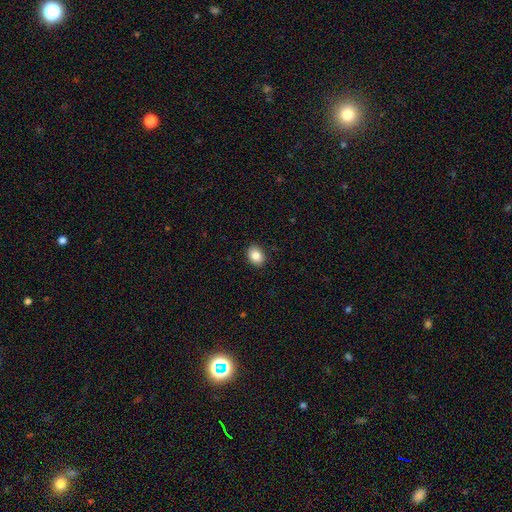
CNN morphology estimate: Smooth or featured? smooth (86%)
How rounded? in between (57%)
Merging? none (90%)